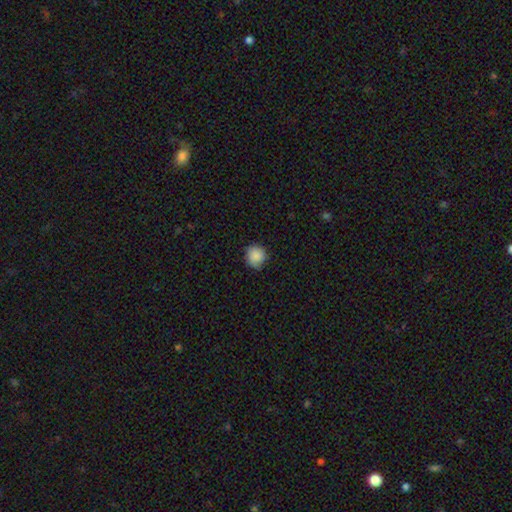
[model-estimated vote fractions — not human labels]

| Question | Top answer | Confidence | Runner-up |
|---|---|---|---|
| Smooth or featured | smooth | 87% | star or artifact (9%) |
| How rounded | round | 90% | in between (9%) |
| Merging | none | 82% | minor disturbance (15%) |